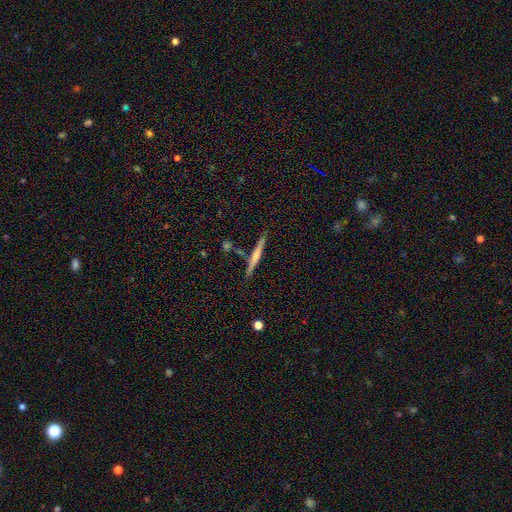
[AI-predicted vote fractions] Smooth or featured? smooth (53%)
How rounded? cigar-shaped (96%)
Merging? none (84%)